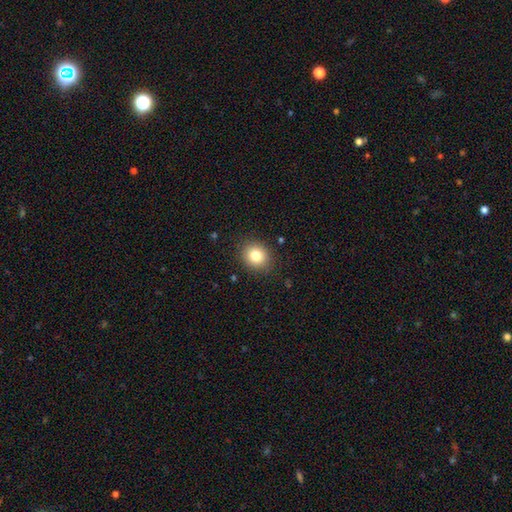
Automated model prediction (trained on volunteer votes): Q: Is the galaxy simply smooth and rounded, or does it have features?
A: smooth — 81%.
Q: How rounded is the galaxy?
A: round — 73%.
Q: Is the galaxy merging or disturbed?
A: none — 88%.